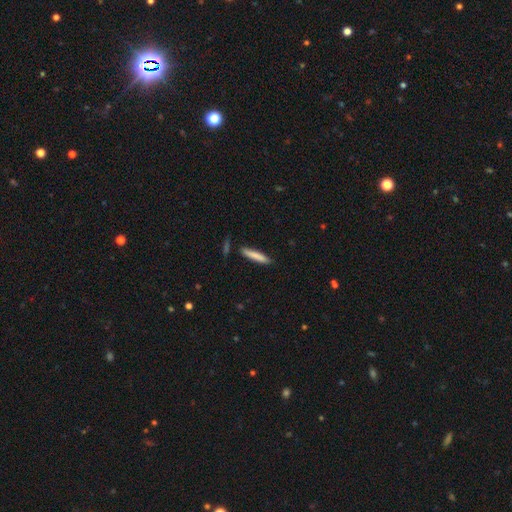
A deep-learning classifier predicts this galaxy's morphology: Smooth or featured: smooth — 80% (featured or disk — 14%)
How rounded: cigar-shaped — 93% (in between — 6%)
Merging: none — 83% (minor disturbance — 11%)